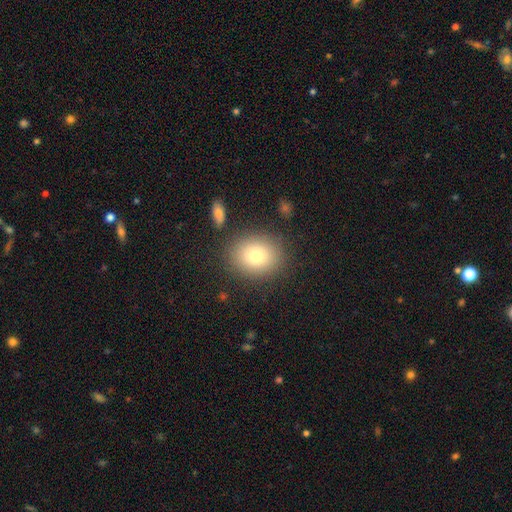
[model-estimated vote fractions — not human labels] This is likely a smooth galaxy (78%). How rounded: possibly round (56%). Merging: clearly none (84%).